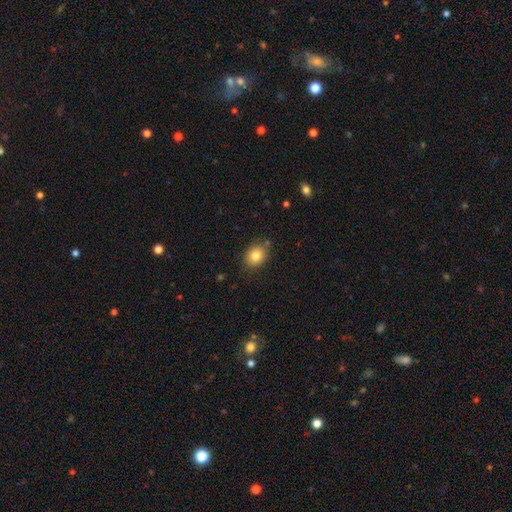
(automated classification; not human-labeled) Morphology: type=smooth (82%); roundness=round (51%); merging=none (81%).